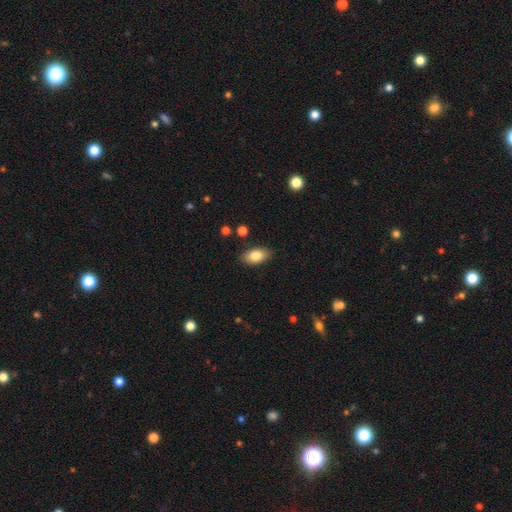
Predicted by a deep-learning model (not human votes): This appears to be a smooth galaxy with no disk features (83%) that is in between round and cigar-shaped (91%). Merging: none (87%).